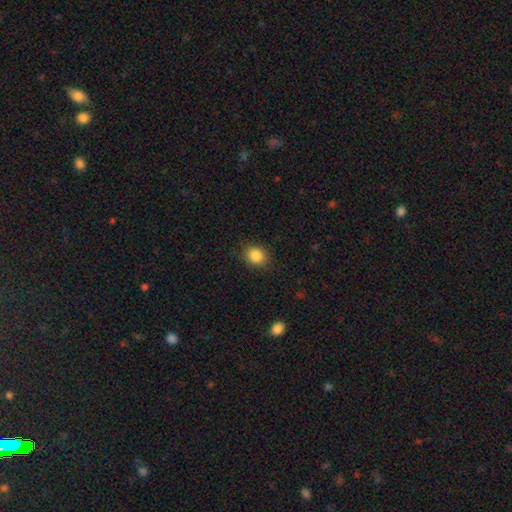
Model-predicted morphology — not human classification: smooth 86%, star or artifact 10%, featured or disk 4%. Down the decision tree: how rounded — round (65%); merging — none (88%).